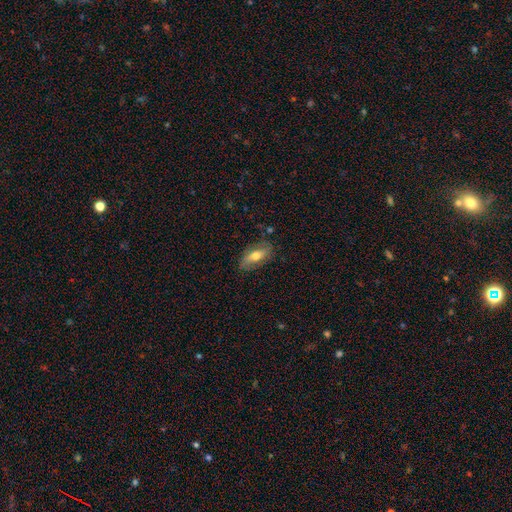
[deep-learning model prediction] smooth 57%, featured or disk 36%, star or artifact 7%. Down the decision tree: how rounded — in between (82%); merging — none (78%).